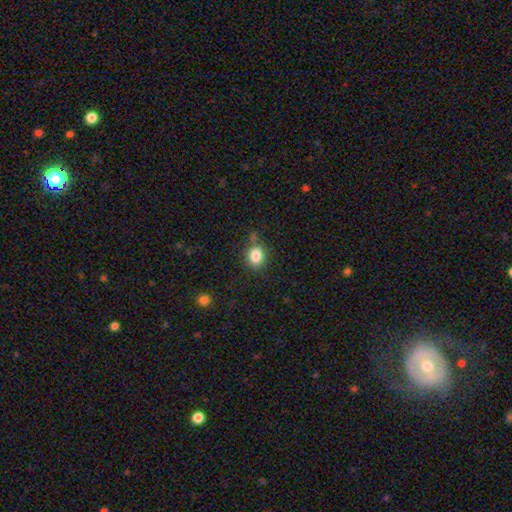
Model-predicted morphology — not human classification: Smooth or featured: smooth — 84% (star or artifact — 10%)
How rounded: round — 64% (in between — 35%)
Merging: none — 78% (minor disturbance — 14%)